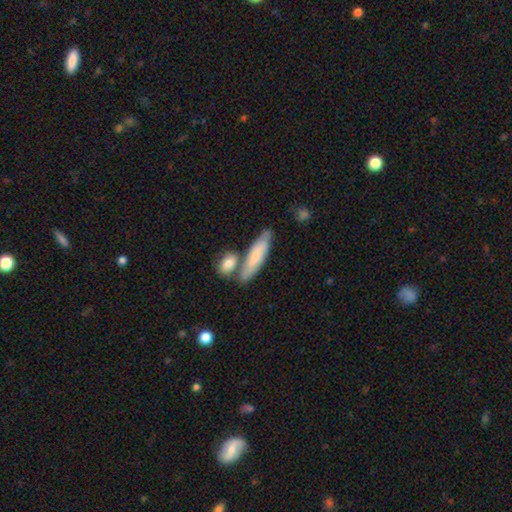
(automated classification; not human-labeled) A smooth galaxy with no disk features (70%) that is cigar-shaped (72%). Merging: none (63%).